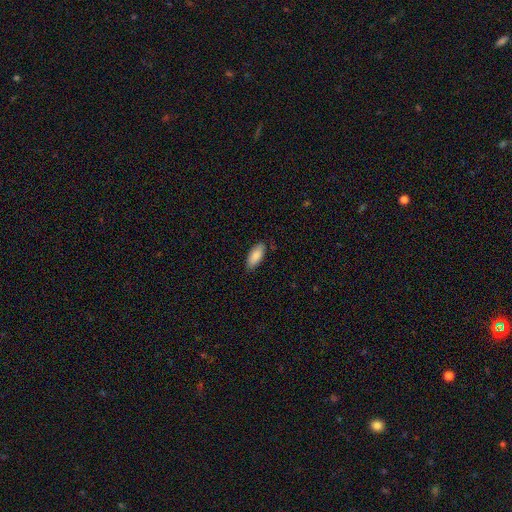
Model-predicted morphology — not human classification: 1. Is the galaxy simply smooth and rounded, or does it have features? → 87% smooth, 7% featured or disk, 6% star or artifact.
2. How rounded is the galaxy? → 82% in between, 16% cigar-shaped, 2% round.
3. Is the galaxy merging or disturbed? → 85% none, 12% minor disturbance, 2% major disturbance, 1% merger.